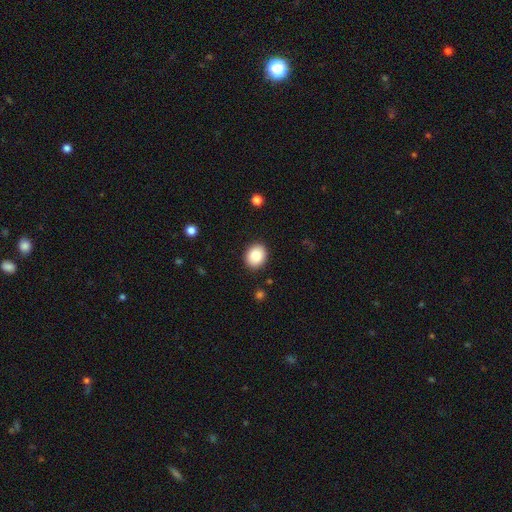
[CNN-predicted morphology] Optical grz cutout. It shows a smooth galaxy with no disk features (85%) that is round (54%). Merging: none (90%).